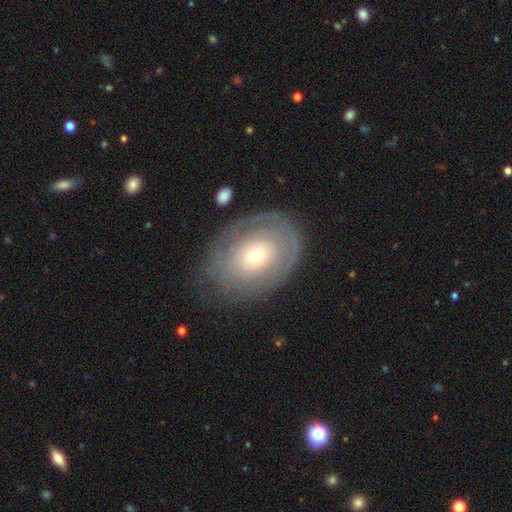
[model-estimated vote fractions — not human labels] This is likely a featured or disk galaxy (61%). It is clearly not viewed edge-on (95%). Bar: clearly no (85%). Spiral arm pattern: likely yes (62%). Central bulge: possibly small (52%). Merging: likely none (75%).